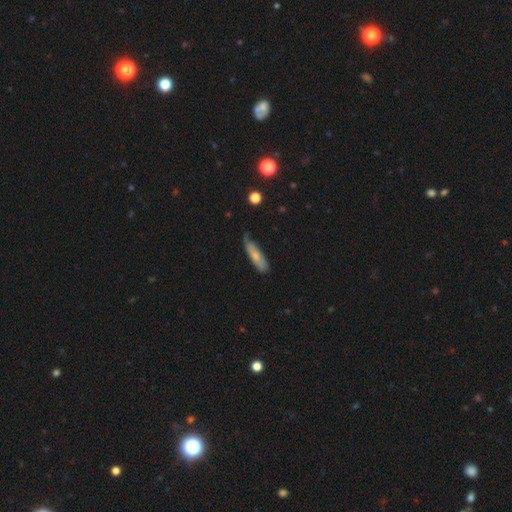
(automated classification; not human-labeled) A smooth galaxy with no disk features (63%) that is cigar-shaped (64%).

Vote fractions:
- Smooth or featured? smooth: 63% / featured or disk: 31% / star or artifact: 6%
- How rounded? cigar-shaped: 64% / in between: 34% / round: 2%
- Merging? none: 60% / minor disturbance: 32% / major disturbance: 6% / merger: 2%